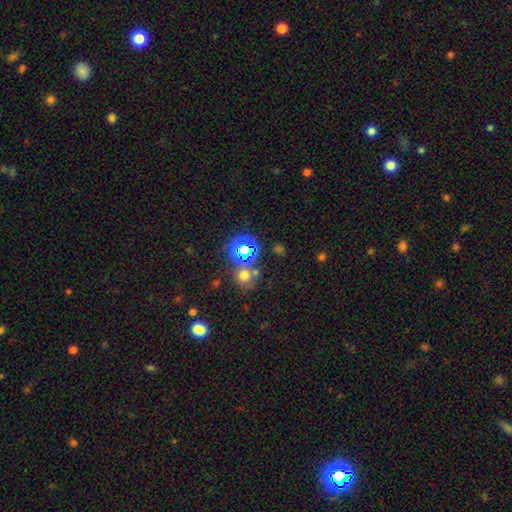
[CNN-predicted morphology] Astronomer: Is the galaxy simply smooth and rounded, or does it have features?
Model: star or artifact — 49% (runner-up: smooth, 41%).